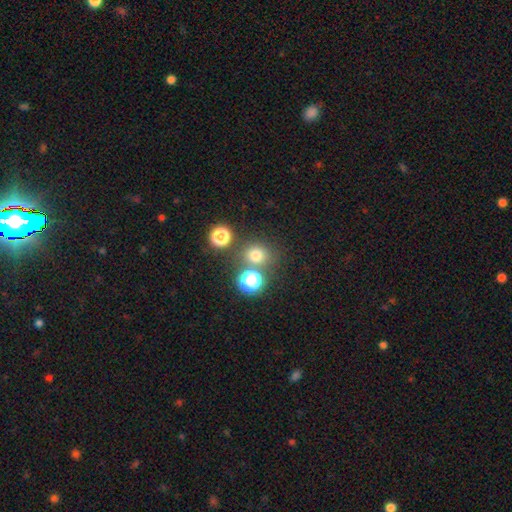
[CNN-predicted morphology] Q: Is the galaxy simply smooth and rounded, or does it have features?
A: smooth — 71%.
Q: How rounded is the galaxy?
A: round — 84%.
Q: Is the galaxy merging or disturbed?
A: none — 73%.